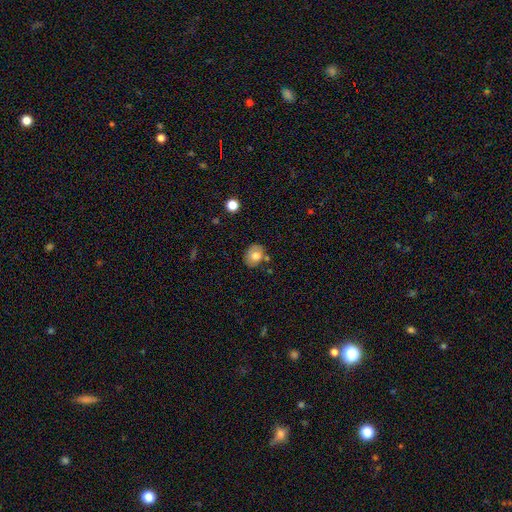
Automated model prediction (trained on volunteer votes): smooth-or-featured: smooth: 74% | featured or disk: 17% | star or artifact: 9%
  how-rounded: round: 51% | in between: 48% | cigar-shaped: 1%
  merging: none: 72% | minor disturbance: 16% | merger: 8% | major disturbance: 4%